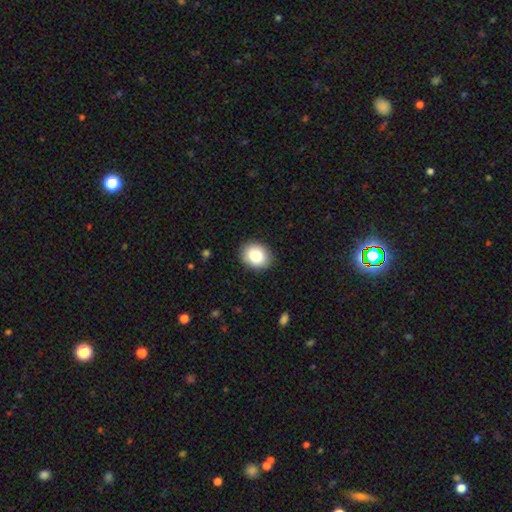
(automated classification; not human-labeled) A smooth galaxy with no disk features (82%) that is round (56%). Merging: none (90%).